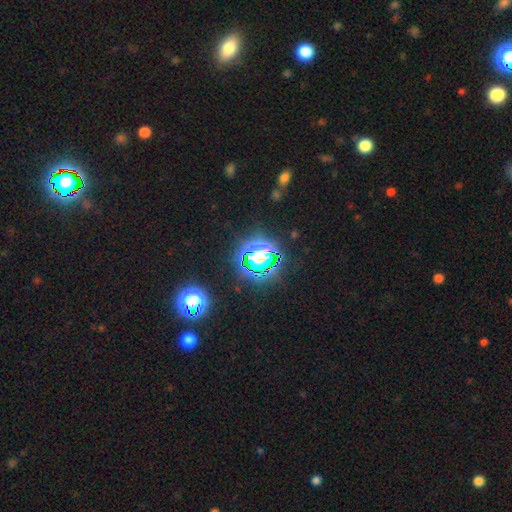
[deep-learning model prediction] star or artifact 70%, smooth 19%, featured or disk 10%.